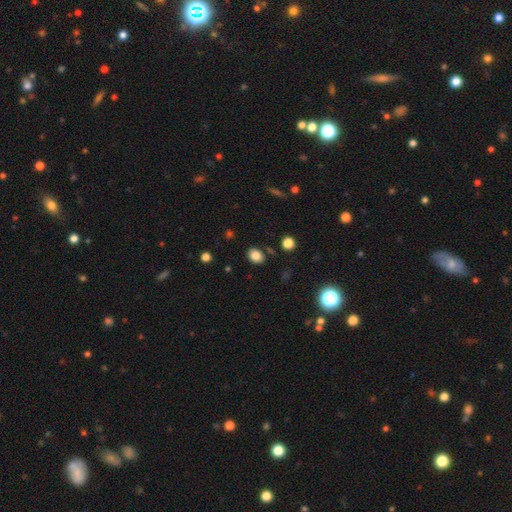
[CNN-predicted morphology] type=smooth (83%); roundness=in between (61%); merging=none (82%).